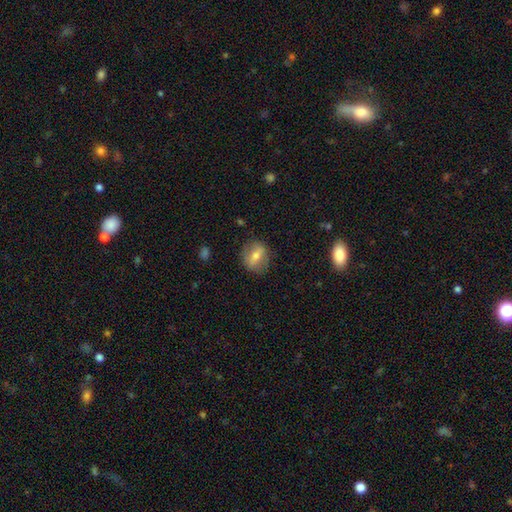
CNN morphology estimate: A smooth galaxy with no disk features (54%) that is round (56%).

Vote fractions:
- Smooth or featured? smooth: 54% / featured or disk: 37% / star or artifact: 9%
- How rounded? round: 56% / in between: 41% / cigar-shaped: 3%
- Merging? none: 82% / minor disturbance: 13% / major disturbance: 4% / merger: 1%